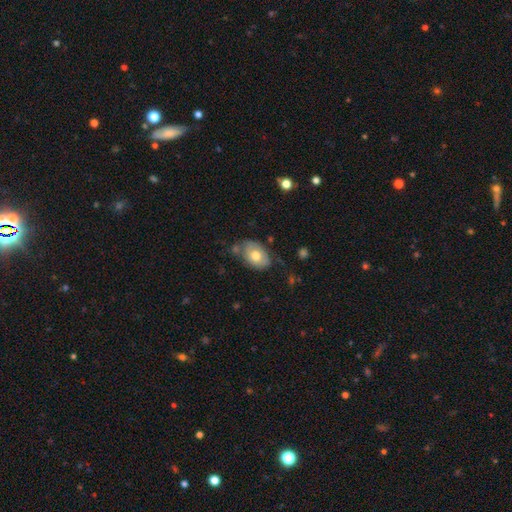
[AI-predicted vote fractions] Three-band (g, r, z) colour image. It shows a smooth galaxy with no disk features (68%) that is in between round and cigar-shaped (84%). Merging: none (59%).